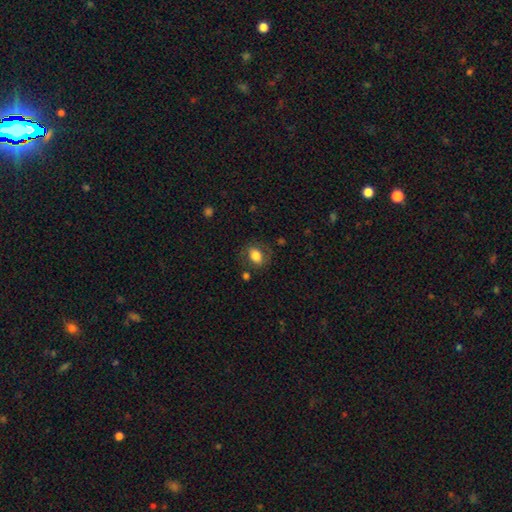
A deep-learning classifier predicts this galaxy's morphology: smooth 75%, featured or disk 16%, star or artifact 8%. Down the decision tree: how rounded — in between (70%); merging — none (70%).